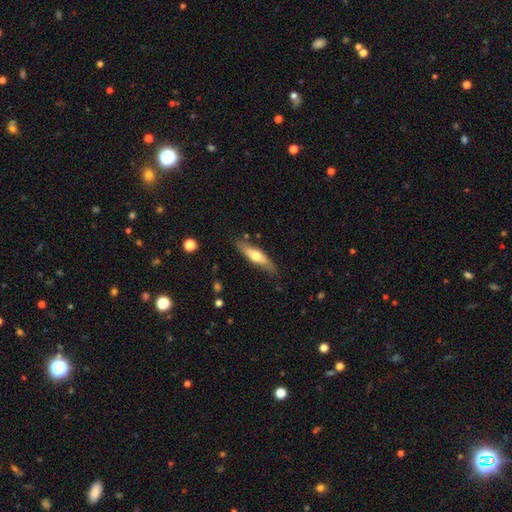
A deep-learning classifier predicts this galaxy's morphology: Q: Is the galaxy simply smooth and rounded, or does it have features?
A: smooth — 52%.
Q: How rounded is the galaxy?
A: cigar-shaped — 69%.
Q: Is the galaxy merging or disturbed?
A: none — 81%.